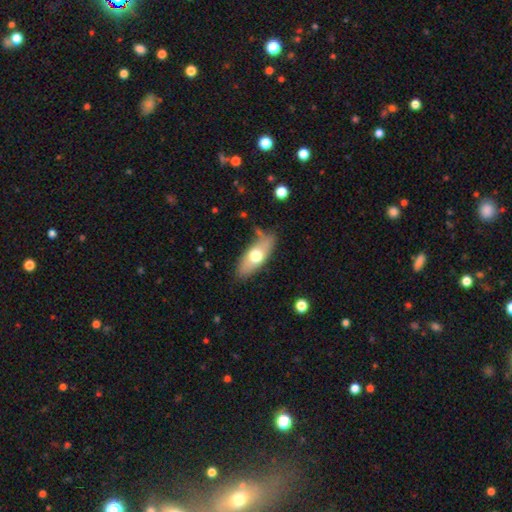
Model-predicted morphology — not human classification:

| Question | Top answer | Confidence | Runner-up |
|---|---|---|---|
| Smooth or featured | smooth | 60% | featured or disk (34%) |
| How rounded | in between | 73% | cigar-shaped (23%) |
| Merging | none | 74% | minor disturbance (18%) |